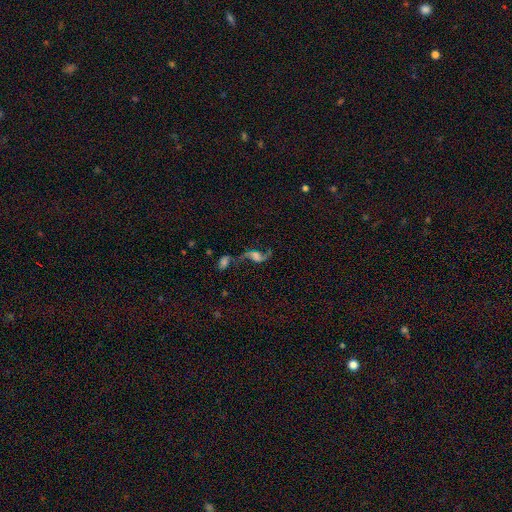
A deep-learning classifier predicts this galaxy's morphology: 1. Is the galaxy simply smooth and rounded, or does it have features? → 70% featured or disk, 17% smooth, 13% star or artifact.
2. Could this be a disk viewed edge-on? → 94% no, 6% yes.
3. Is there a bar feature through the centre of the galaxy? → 50% no, 37% weak, 13% strong.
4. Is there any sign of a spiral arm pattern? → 89% yes, 11% no.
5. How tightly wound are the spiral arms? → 89% loose, 9% medium, 3% tight.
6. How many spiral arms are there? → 88% 2, 7% 1, 2% can't tell, 1% 3, 1% 4, 1% more than 4.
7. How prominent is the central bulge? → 42% none, 18% moderate, 18% small, 18% large, 4% dominant.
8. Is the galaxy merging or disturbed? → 38% merger, 34% none, 16% major disturbance, 12% minor disturbance.